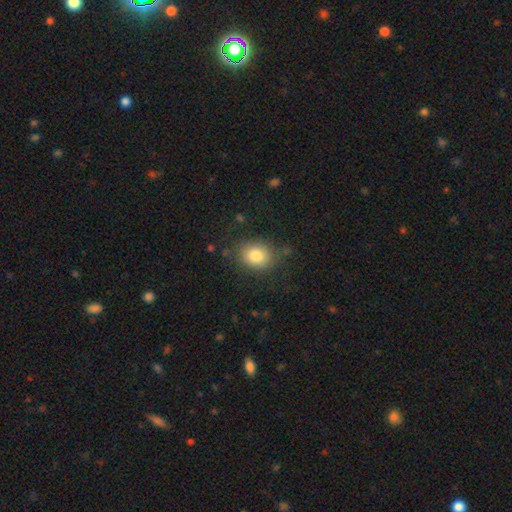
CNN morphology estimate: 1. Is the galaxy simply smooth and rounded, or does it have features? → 82% smooth, 10% star or artifact, 9% featured or disk.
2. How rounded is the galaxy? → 55% round, 44% in between, 1% cigar-shaped.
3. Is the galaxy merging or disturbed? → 77% none, 16% minor disturbance, 5% major disturbance, 2% merger.